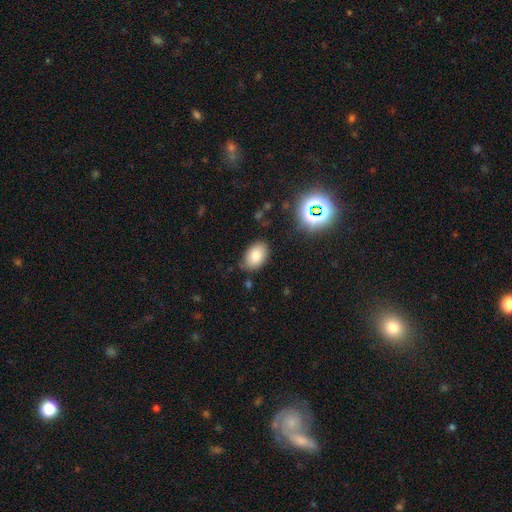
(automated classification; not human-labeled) smooth_or_featured: smooth (p=0.80) [alt: star or artifact p=0.11]
how_rounded: in between (p=0.87) [alt: round p=0.11]
merging: none (p=0.77) [alt: minor disturbance p=0.18]